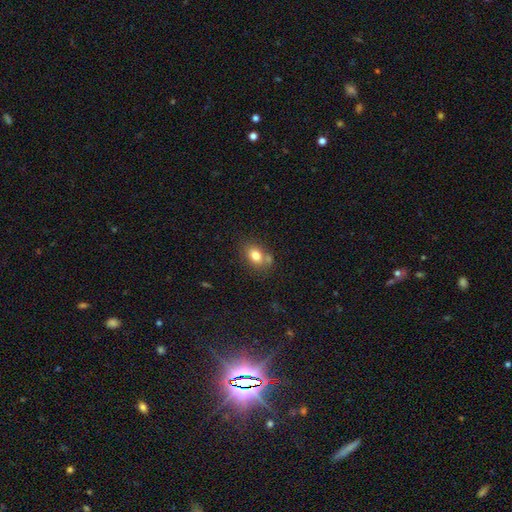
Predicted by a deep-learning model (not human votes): smooth-or-featured: smooth: 79% | featured or disk: 12% | star or artifact: 10%
  how-rounded: in between: 76% | round: 22% | cigar-shaped: 1%
  merging: none: 62% | merger: 18% | minor disturbance: 15% | major disturbance: 4%